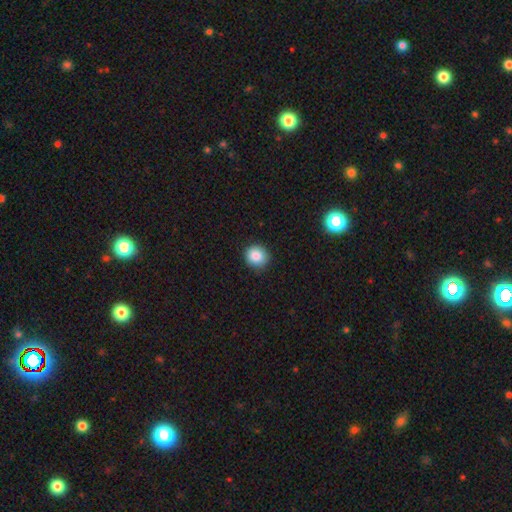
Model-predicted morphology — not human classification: Smooth or featured? Predicted: smooth (p=0.86). How rounded? Predicted: round (p=0.91). Merging? Predicted: none (p=0.90).